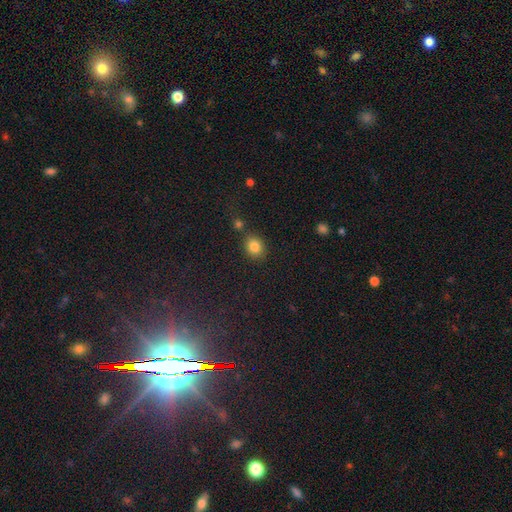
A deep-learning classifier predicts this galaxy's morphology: smooth_or_featured: star or artifact (p=0.76) [alt: smooth p=0.12]